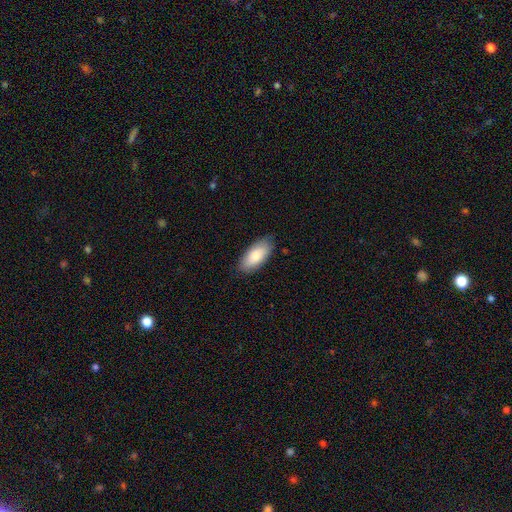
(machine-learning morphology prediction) smooth_or_featured: smooth (p=0.83) [alt: featured or disk p=0.12]
how_rounded: in between (p=0.88) [alt: cigar-shaped p=0.10]
merging: none (p=0.83) [alt: minor disturbance p=0.14]